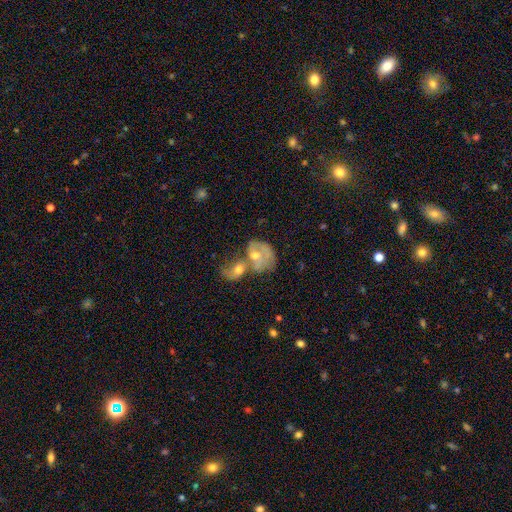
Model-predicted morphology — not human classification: Smooth or featured? Predicted: featured or disk (p=0.57). Edge-on disk? Predicted: no (p=0.96). Bar? Predicted: no (p=0.75). Spiral arms? Predicted: yes (p=0.57). Bulge size? Predicted: moderate (p=0.67). Merging? Predicted: merger (p=0.71).